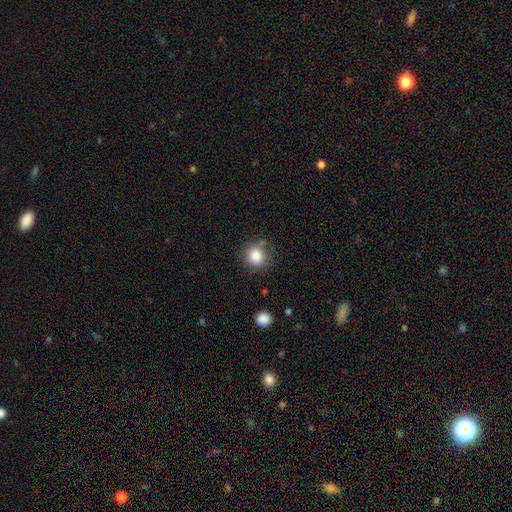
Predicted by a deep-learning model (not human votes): Overall: smooth (84%). How rounded: round (89%). Merging: none (73%).